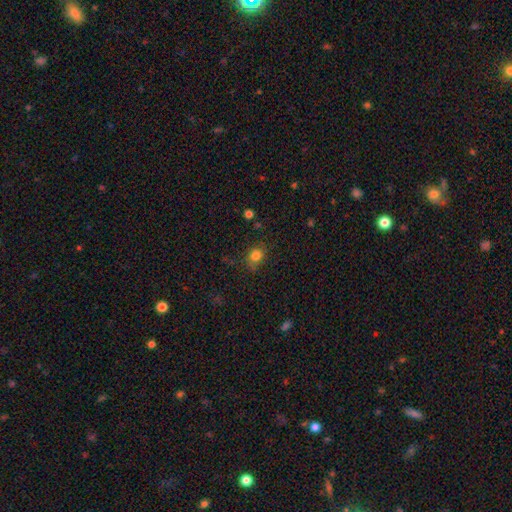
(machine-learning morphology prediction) smooth_or_featured: smooth (p=0.81) [alt: star or artifact p=0.13]
how_rounded: round (p=0.60) [alt: in between p=0.39]
merging: none (p=0.76) [alt: minor disturbance p=0.18]